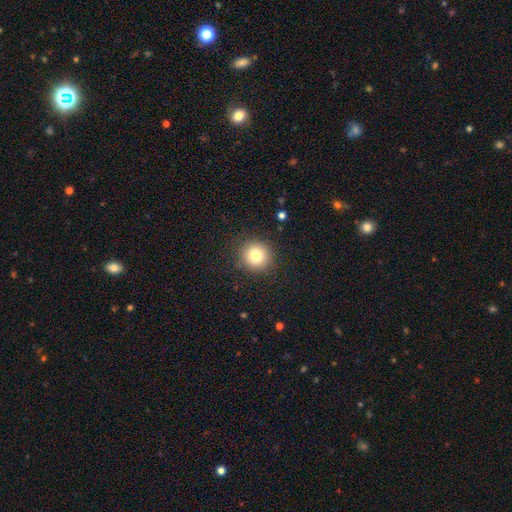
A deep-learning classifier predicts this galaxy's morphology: This appears to be a smooth galaxy with no disk features (80%) that is round (92%). Merging: none (88%).